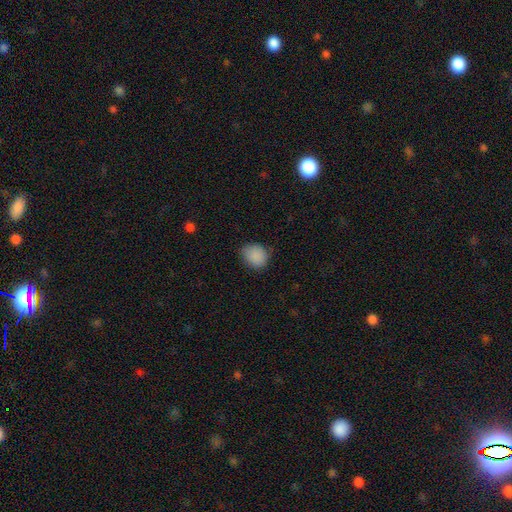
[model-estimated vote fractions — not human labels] smooth 88%, star or artifact 9%, featured or disk 4%. Down the decision tree: how rounded — round (58%); merging — none (78%).